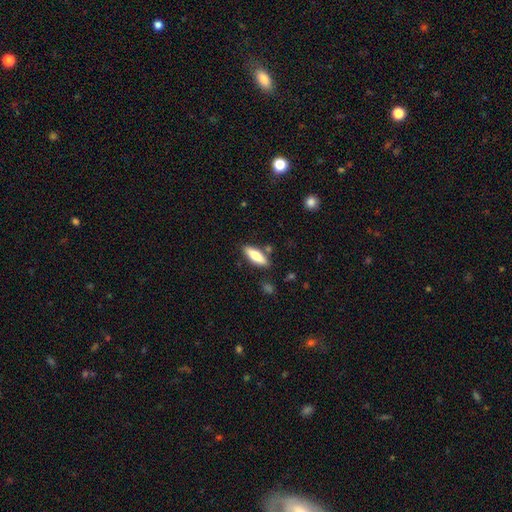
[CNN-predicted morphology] This appears to be a smooth galaxy with no disk features (70%) that is in between round and cigar-shaped (53%). Merging: none (82%).